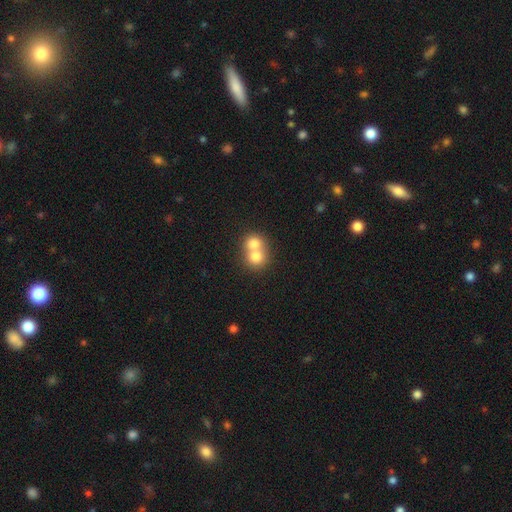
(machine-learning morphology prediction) The model was most divided on "merging": merger: 71%, none: 23%, minor disturbance: 4%, major disturbance: 2%. More confident: how rounded — round (76%); smooth or featured — smooth (74%).